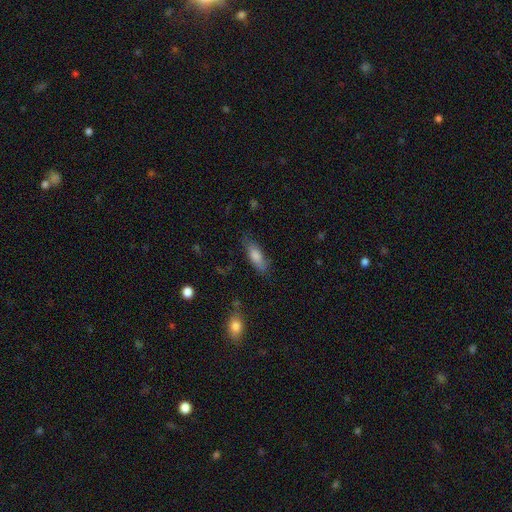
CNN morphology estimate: The model was most divided on "how rounded": in between: 58%, cigar-shaped: 39%, round: 2%. More confident: merging — none (76%); smooth or featured — smooth (75%).